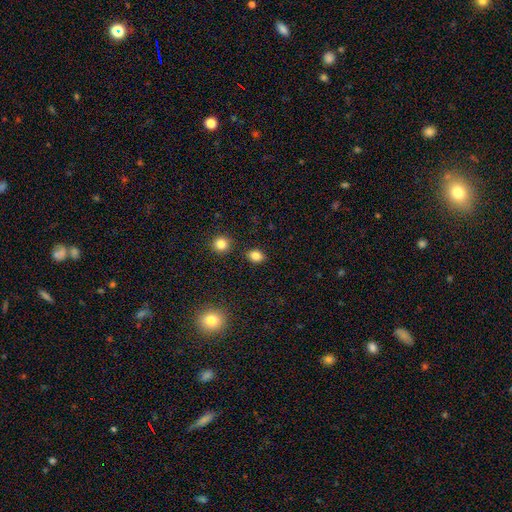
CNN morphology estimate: A smooth galaxy with no disk features (83%) that is in between round and cigar-shaped (58%).

Vote fractions:
- Smooth or featured? smooth: 83% / star or artifact: 11% / featured or disk: 5%
- How rounded? in between: 58% / round: 41% / cigar-shaped: 1%
- Merging? none: 85% / minor disturbance: 9% / merger: 4% / major disturbance: 2%